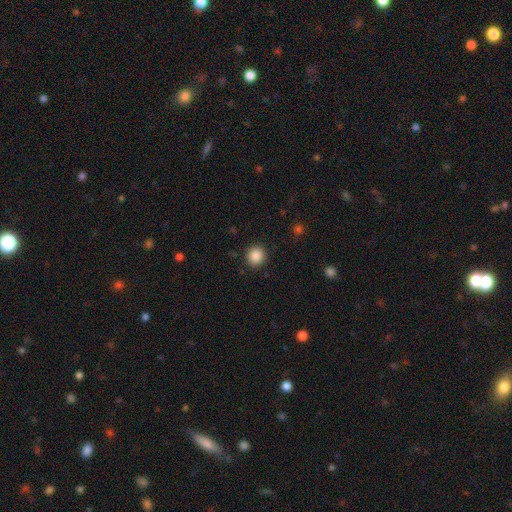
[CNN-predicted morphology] Smooth or featured: smooth — 88% (star or artifact — 9%)
How rounded: round — 88% (in between — 11%)
Merging: none — 90% (minor disturbance — 6%)